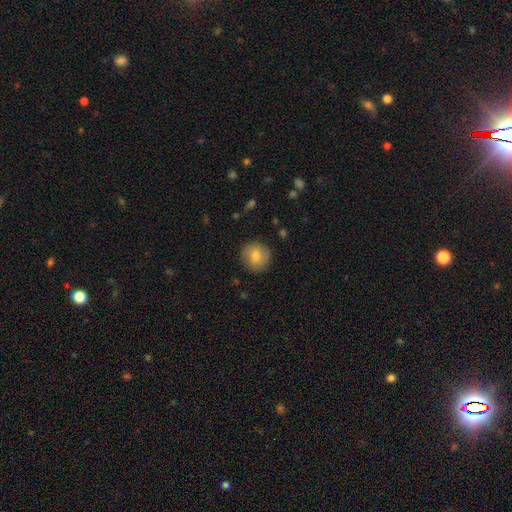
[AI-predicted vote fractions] A smooth galaxy with no disk features (76%) that is round (92%).

Vote fractions:
- Smooth or featured? smooth: 76% / featured or disk: 16% / star or artifact: 8%
- How rounded? round: 92% / in between: 7% / cigar-shaped: 1%
- Merging? none: 89% / minor disturbance: 8% / major disturbance: 2% / merger: 1%